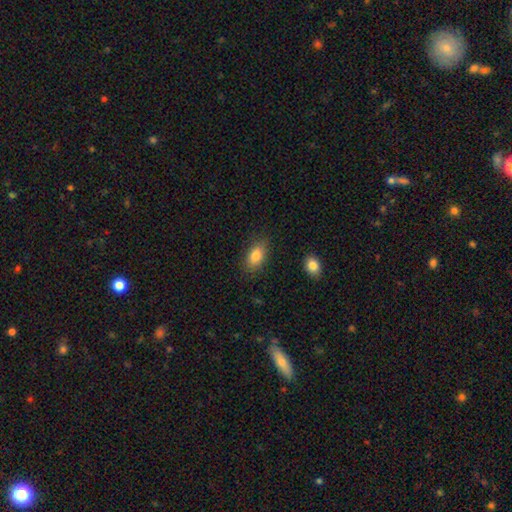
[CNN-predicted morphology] This is clearly a smooth galaxy (84%). How rounded: clearly in between (90%). Merging: clearly none (83%).